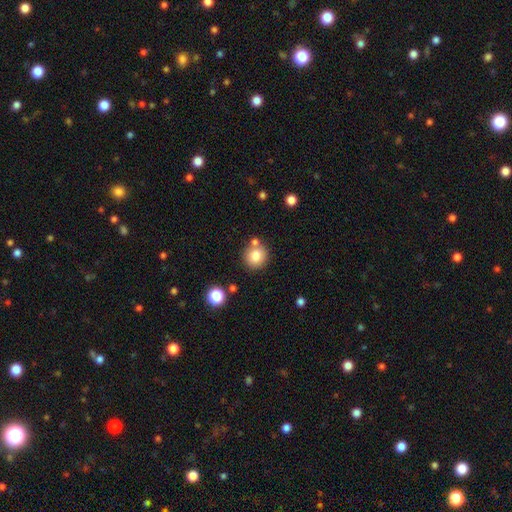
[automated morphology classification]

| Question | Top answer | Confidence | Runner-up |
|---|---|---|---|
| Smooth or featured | smooth | 80% | star or artifact (11%) |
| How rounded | round | 91% | in between (8%) |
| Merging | none | 74% | merger (14%) |